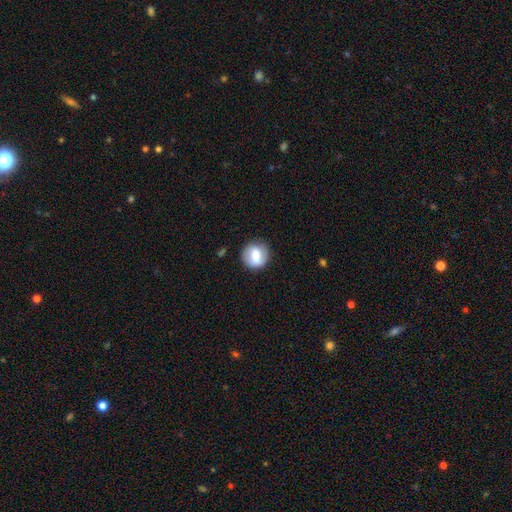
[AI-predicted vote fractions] A smooth galaxy with no disk features (59%) that is round (89%). Merging: none (84%).